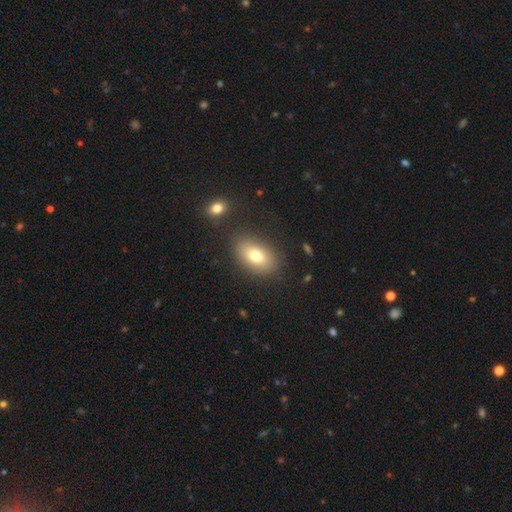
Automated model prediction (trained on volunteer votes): smooth 76%, featured or disk 15%, star or artifact 9%. Down the decision tree: how rounded — in between (86%); merging — none (83%).